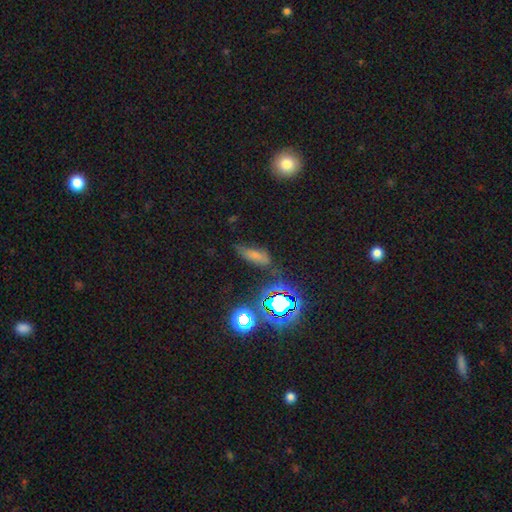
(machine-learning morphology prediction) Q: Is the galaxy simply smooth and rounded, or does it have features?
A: smooth — 61%.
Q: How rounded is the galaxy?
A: in between — 61%.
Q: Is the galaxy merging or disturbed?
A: none — 60%.